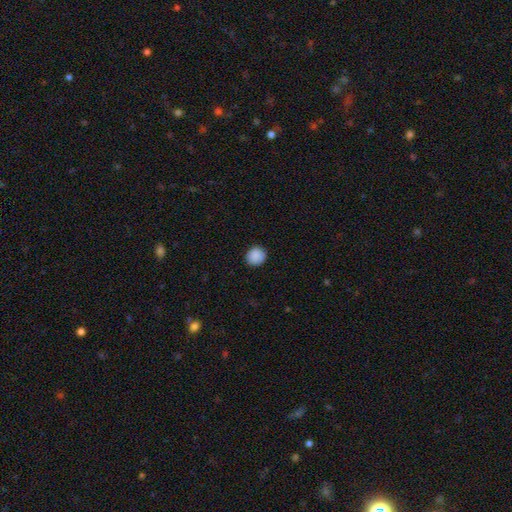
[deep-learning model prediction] Smooth or featured? Predicted: smooth (p=0.89). How rounded? Predicted: round (p=0.88). Merging? Predicted: none (p=0.89).